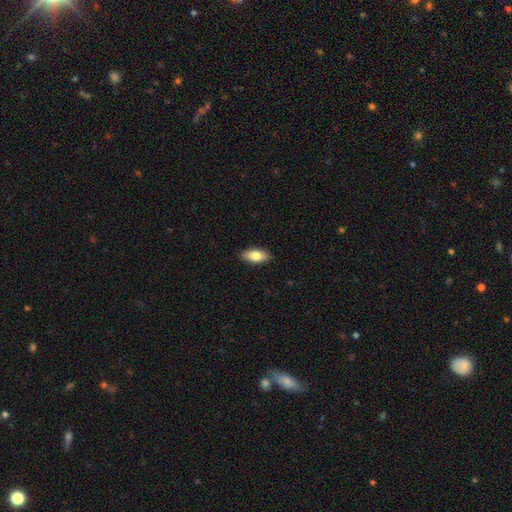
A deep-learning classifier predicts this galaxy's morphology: This is likely a smooth galaxy (79%). How rounded: clearly in between (89%). Merging: clearly none (88%).